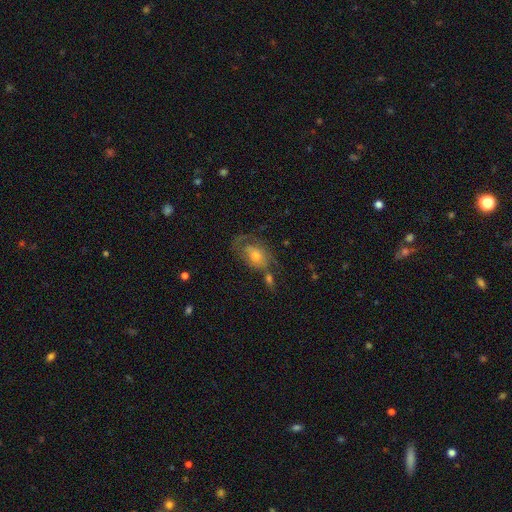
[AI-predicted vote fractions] This appears to be a featured or disk galaxy (53%). Merging: none (42%).